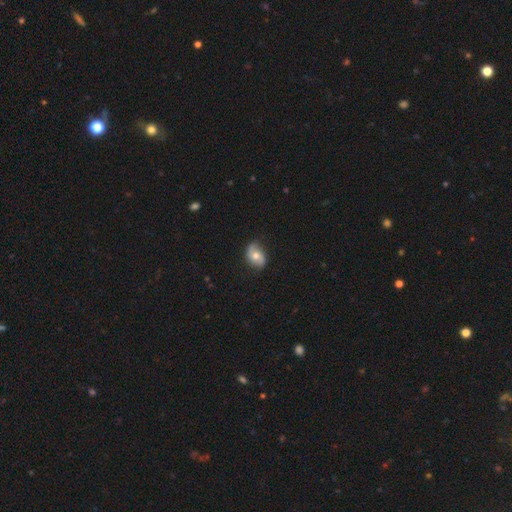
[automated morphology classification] Overall: featured or disk (54%; smooth 38%). Edge-on disk: no (95%). Bar: no (70%). Spiral arms: yes (83%). Bulge size: moderate (72%). Merging: none (73%).